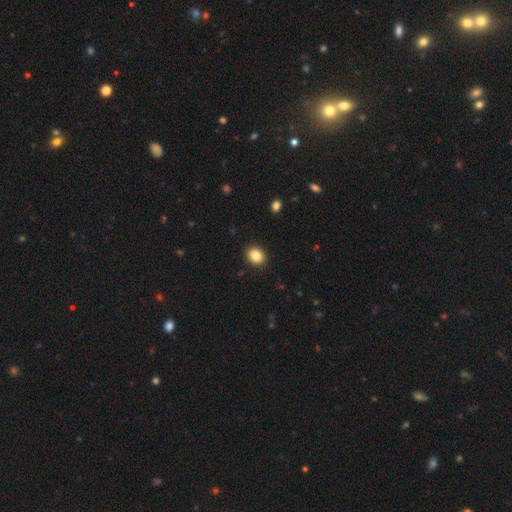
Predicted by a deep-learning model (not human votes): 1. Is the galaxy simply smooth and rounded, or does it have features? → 86% smooth, 9% star or artifact, 5% featured or disk.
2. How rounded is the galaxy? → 60% round, 39% in between, 1% cigar-shaped.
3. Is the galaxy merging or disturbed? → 91% none, 6% minor disturbance, 2% major disturbance, 1% merger.